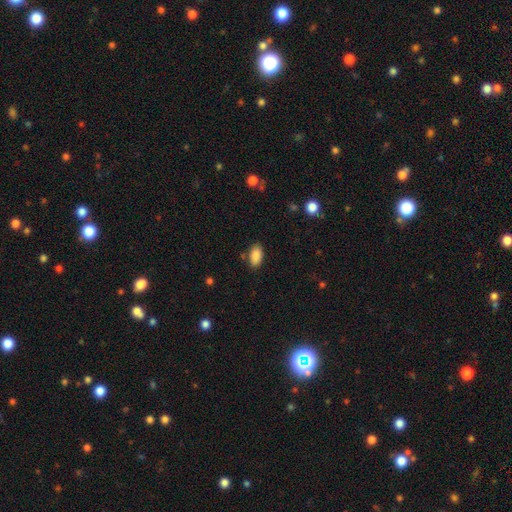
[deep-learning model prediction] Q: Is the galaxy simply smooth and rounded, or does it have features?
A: smooth — 89%.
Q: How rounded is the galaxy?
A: in between — 93%.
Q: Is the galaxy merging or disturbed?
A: none — 84%.